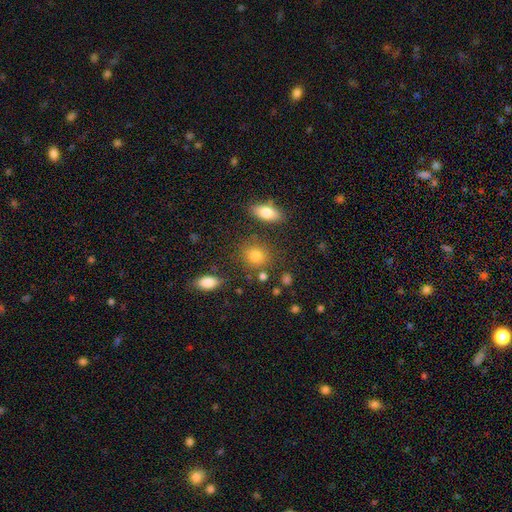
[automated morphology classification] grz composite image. It shows a smooth galaxy with no disk features (80%) that is round (69%). Merging: none (77%).